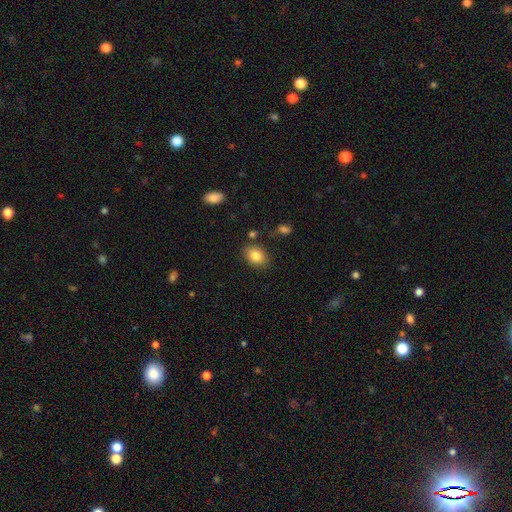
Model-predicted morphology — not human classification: This appears to be a smooth galaxy with no disk features (84%) that is in between round and cigar-shaped (72%). Merging: none (82%).